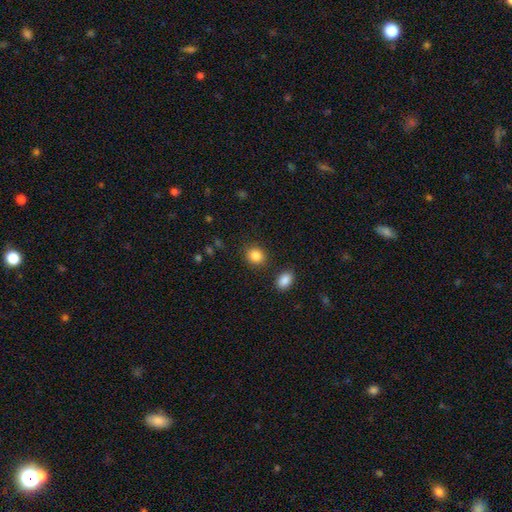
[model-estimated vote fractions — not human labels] Smooth or featured: smooth — 86% (star or artifact — 9%)
How rounded: round — 71% (in between — 28%)
Merging: none — 86% (minor disturbance — 8%)